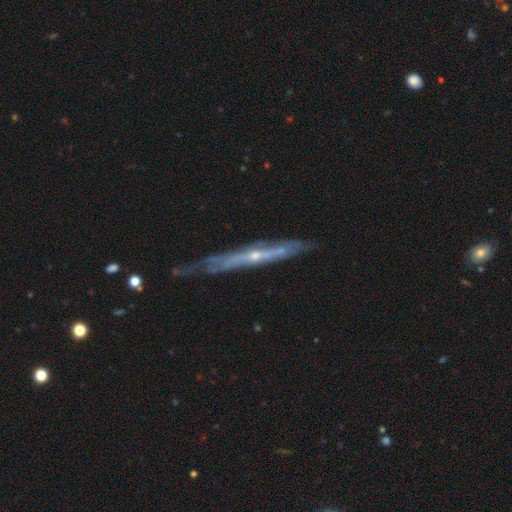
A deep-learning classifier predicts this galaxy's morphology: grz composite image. It shows a featured or disk galaxy (78%) viewed edge-on (85%) with a rounded central bulge (55%). Merging: none (66%).